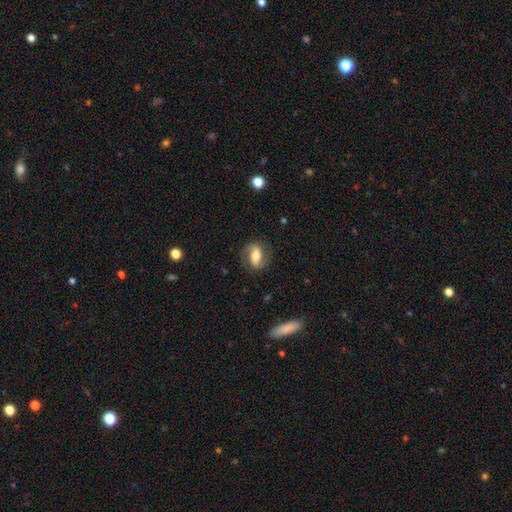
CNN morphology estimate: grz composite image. It shows a featured or disk galaxy (63%) with a strong bar (42%), 2 (88%) medium (45%) spiral arms (86%) and a moderate central bulge (61%). Merging: none (78%).